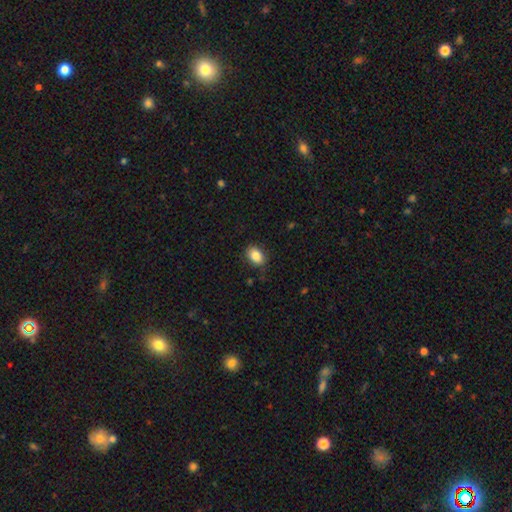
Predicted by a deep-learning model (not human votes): smooth-or-featured: smooth: 86% | star or artifact: 8% | featured or disk: 6%
  how-rounded: in between: 80% | round: 19% | cigar-shaped: 1%
  merging: none: 82% | minor disturbance: 13% | major disturbance: 3% | merger: 1%